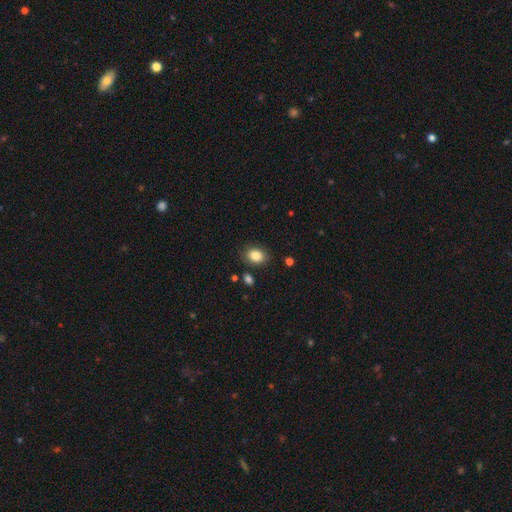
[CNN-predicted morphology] Smooth or featured?
  - smooth: 85% *
  - star or artifact: 9%
  - featured or disk: 6%
How rounded?
  - in between: 69% *
  - round: 30%
  - cigar-shaped: 1%
Merging?
  - none: 84% *
  - minor disturbance: 11%
  - merger: 3%
  - major disturbance: 3%